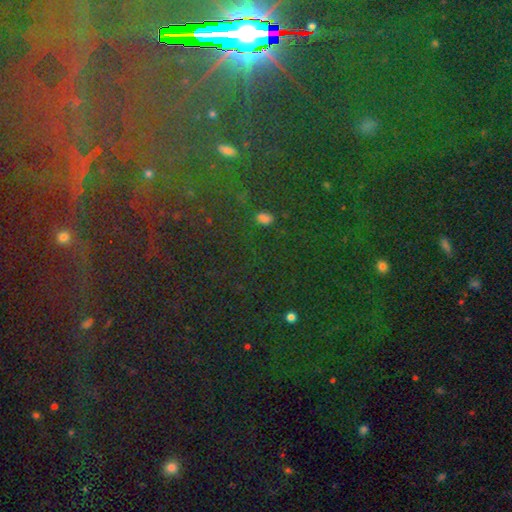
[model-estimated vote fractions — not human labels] A star or artifact, not a galaxy (81%).